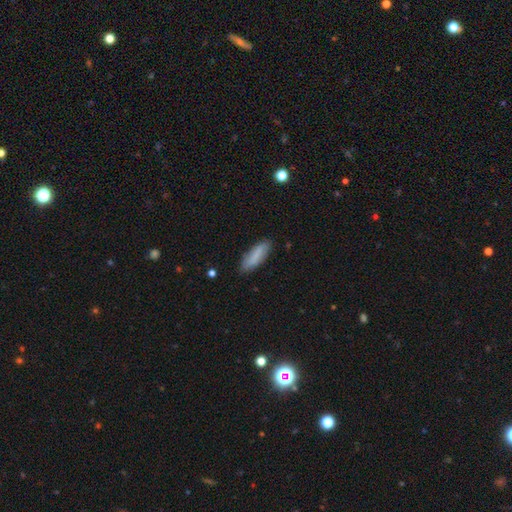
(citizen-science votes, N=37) A smooth galaxy with no disk features (76%) that is in between round and cigar-shaped (46%, tied with cigar-shaped).

Vote fractions:
- Smooth or featured? smooth: 76% / featured or disk: 19% / star or artifact: 5%
- How rounded? in between: 46% (tied) / cigar-shaped: 46% (tied) / round: 7%
- Merging? none: 71% / minor disturbance: 20% / merger: 9% / major disturbance: 0%